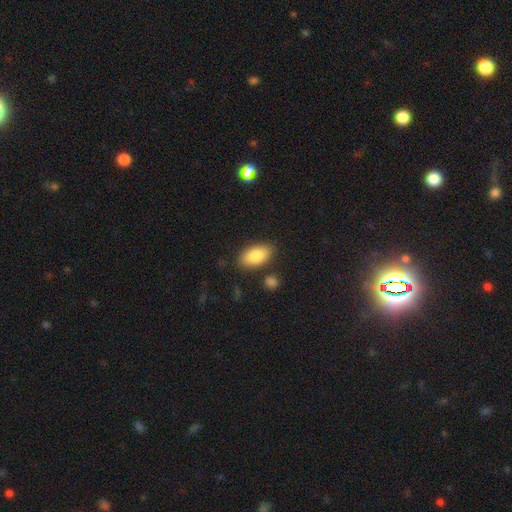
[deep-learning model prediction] A smooth galaxy with no disk features (85%) that is in between round and cigar-shaped (93%).

Vote fractions:
- Smooth or featured? smooth: 85% / featured or disk: 9% / star or artifact: 6%
- How rounded? in between: 93% / cigar-shaped: 4% / round: 4%
- Merging? none: 82% / minor disturbance: 11% / merger: 4% / major disturbance: 3%